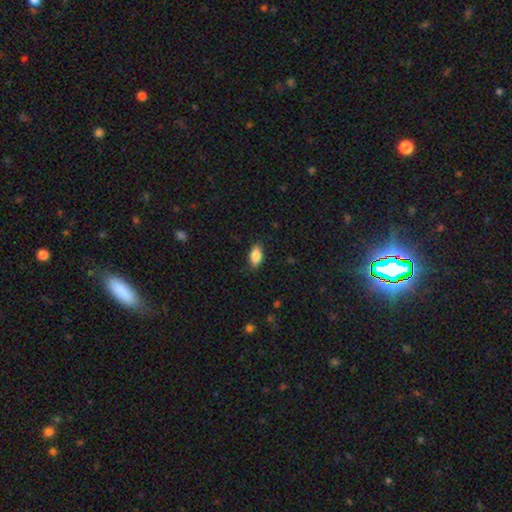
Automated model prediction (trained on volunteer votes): This appears to be a smooth galaxy with no disk features (86%) that is in between round and cigar-shaped (92%). Merging: none (86%).